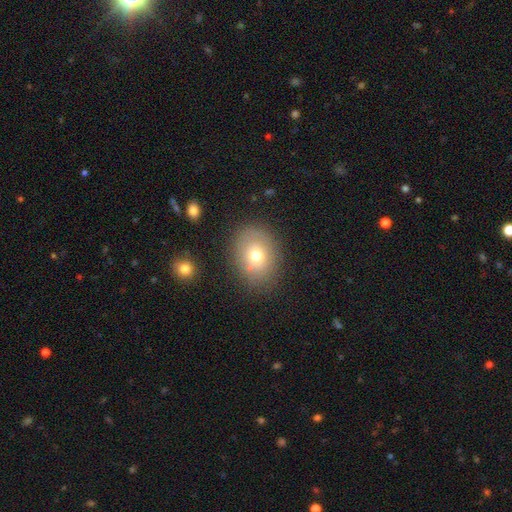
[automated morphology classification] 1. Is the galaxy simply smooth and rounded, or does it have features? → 67% smooth, 22% featured or disk, 11% star or artifact.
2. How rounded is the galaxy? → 56% in between, 43% round, 1% cigar-shaped.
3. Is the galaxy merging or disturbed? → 79% none, 14% minor disturbance, 5% major disturbance, 2% merger.